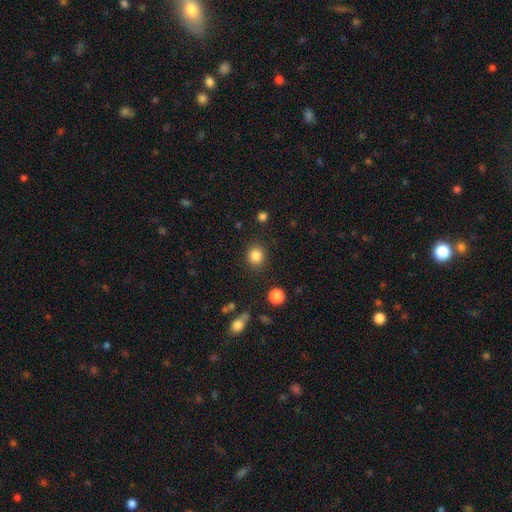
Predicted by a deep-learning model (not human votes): Smooth or featured? Predicted: smooth (p=0.85). How rounded? Predicted: round (p=0.80). Merging? Predicted: none (p=0.87).